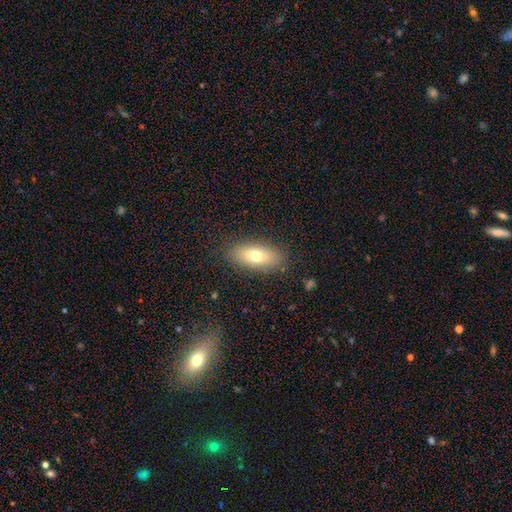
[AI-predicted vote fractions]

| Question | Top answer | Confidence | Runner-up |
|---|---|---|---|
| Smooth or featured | smooth | 72% | featured or disk (20%) |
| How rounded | in between | 81% | cigar-shaped (15%) |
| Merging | none | 86% | minor disturbance (10%) |